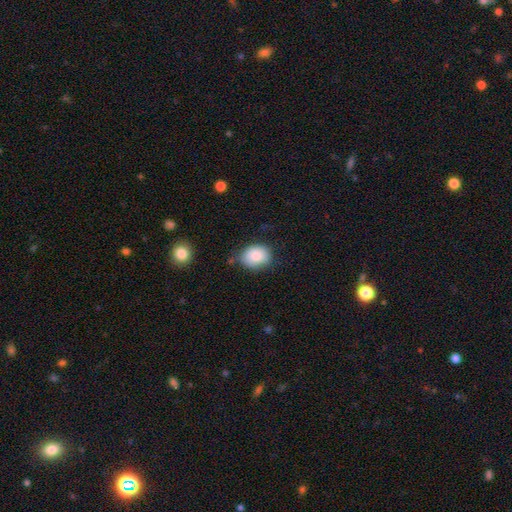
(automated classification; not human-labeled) smooth-or-featured: smooth: 86% | star or artifact: 8% | featured or disk: 7%
  how-rounded: in between: 63% | round: 36% | cigar-shaped: 1%
  merging: none: 68% | minor disturbance: 23% | major disturbance: 5% | merger: 3%